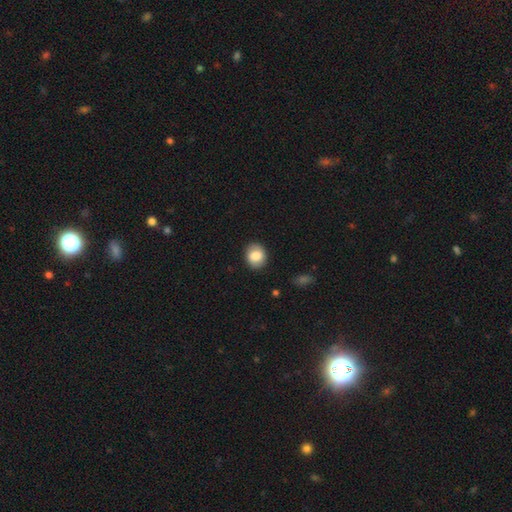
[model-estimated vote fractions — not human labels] smooth 83%, featured or disk 9%, star or artifact 8%. Down the decision tree: how rounded — round (58%); merging — none (87%).